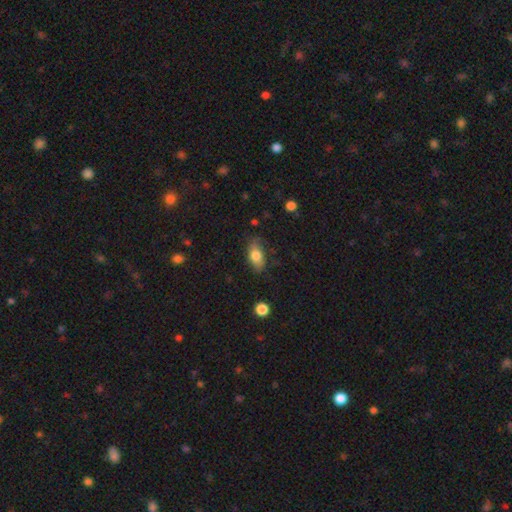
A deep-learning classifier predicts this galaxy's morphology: A smooth galaxy with no disk features (75%) that is in between round and cigar-shaped (86%). Merging: none (71%).